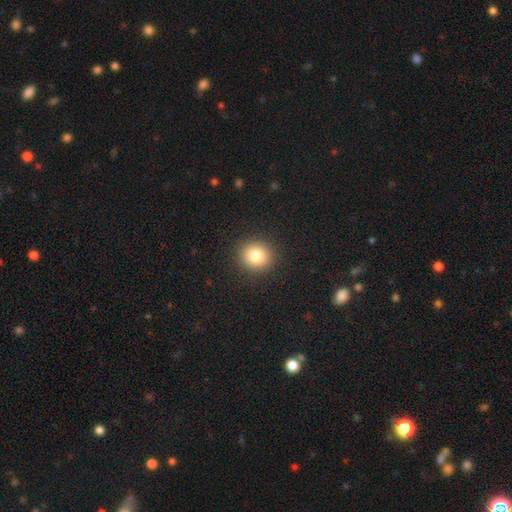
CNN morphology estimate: The model was most divided on "smooth or featured": smooth: 83%, star or artifact: 11%, featured or disk: 6%. More confident: merging — none (91%); how rounded — round (87%).